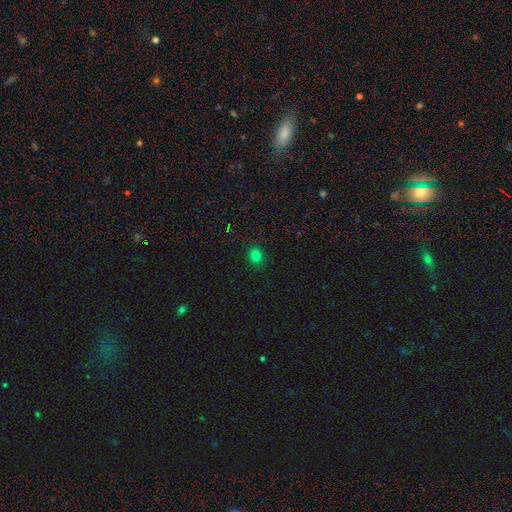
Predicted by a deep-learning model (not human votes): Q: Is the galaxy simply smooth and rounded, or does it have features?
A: smooth — 78%.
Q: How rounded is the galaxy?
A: round — 66%.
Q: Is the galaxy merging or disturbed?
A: none — 89%.